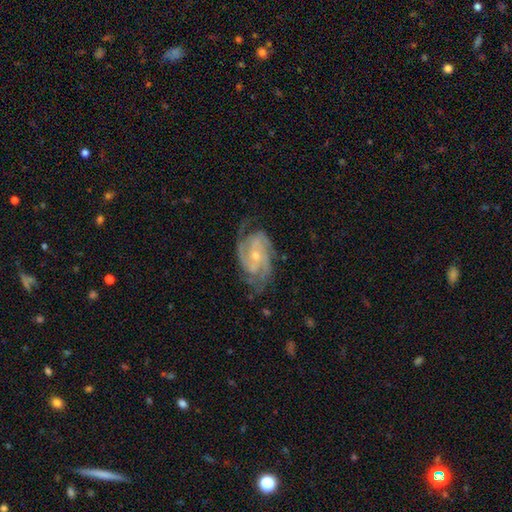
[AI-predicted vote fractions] Smooth or featured?
  - featured or disk: 90% *
  - smooth: 5%
  - star or artifact: 5%
Edge-on disk?
  - no: 97% *
  - yes: 3%
Bar?
  - no: 57% *
  - weak: 33%
  - strong: 10%
Spiral arms?
  - yes: 98% *
  - no: 2%
Spiral winding?
  - tight: 49% *
  - medium: 43%
  - loose: 8%
Spiral arm count?
  - 2: 38% *
  - 3: 35%
  - can't tell: 10%
  - 4: 8%
  - 1: 4%
  - more than 4: 4%
Bulge size?
  - small: 60% *
  - moderate: 36%
  - none: 2%
  - large: 1%
  - dominant: 1%
Merging?
  - none: 71% *
  - minor disturbance: 19%
  - major disturbance: 8%
  - merger: 1%